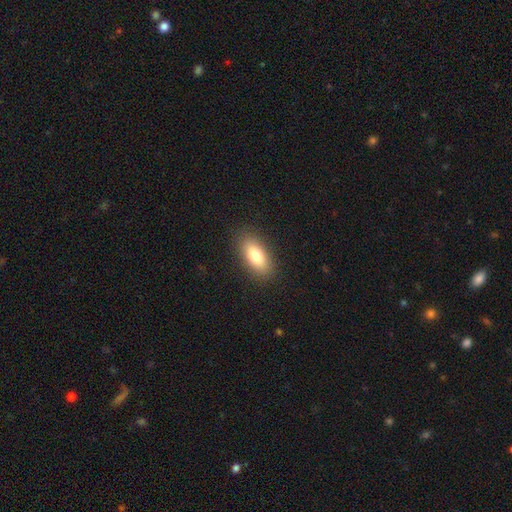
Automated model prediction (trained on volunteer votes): This is clearly a smooth galaxy (82%). How rounded: clearly in between (85%). Merging: clearly none (87%).